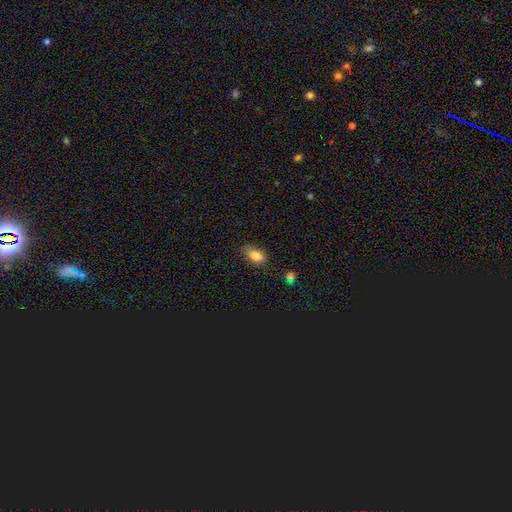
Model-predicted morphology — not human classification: A smooth galaxy with no disk features (83%) that is in between round and cigar-shaped (87%). Merging: none (70%).